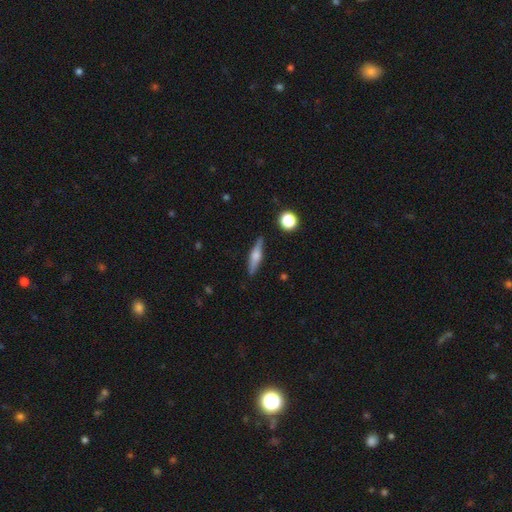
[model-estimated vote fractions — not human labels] A featured or disk galaxy (55%) viewed edge-on (96%) with a rounded central bulge (83%).

Vote fractions:
- Smooth or featured? featured or disk: 55% / smooth: 38% / star or artifact: 7%
- Edge-on disk? yes: 96% / no: 4%
- Edge-on bulge? rounded: 83% / boxy: 12% / none: 5%
- Merging? none: 87% / minor disturbance: 9% / major disturbance: 2% / merger: 2%